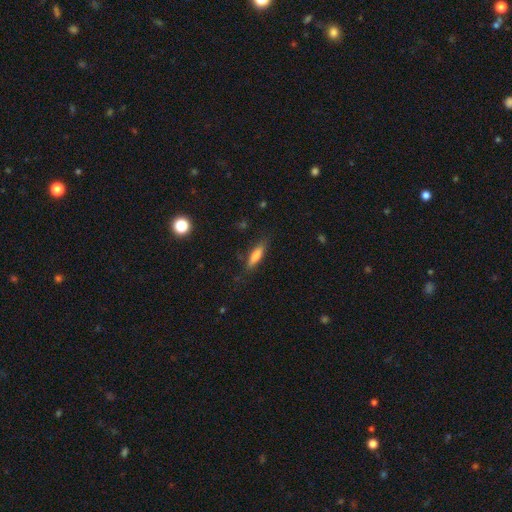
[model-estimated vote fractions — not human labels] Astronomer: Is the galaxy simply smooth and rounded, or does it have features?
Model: smooth — 73%.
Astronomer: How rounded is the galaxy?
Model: cigar-shaped — 63%.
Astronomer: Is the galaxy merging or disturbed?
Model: none — 82%.